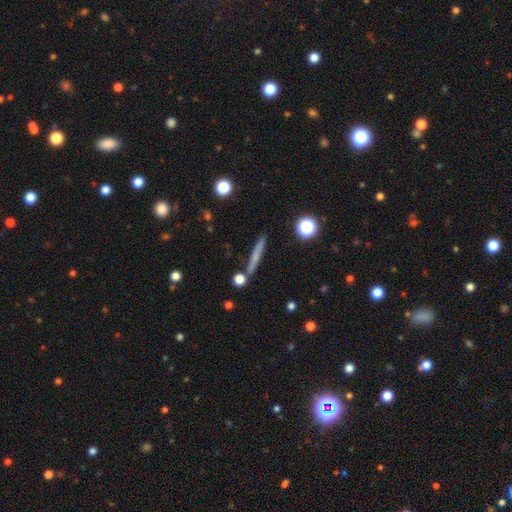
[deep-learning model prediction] smooth_or_featured: smooth (p=0.58) [alt: featured or disk p=0.33]
how_rounded: cigar-shaped (p=0.92) [alt: in between p=0.04]
merging: none (p=0.85) [alt: minor disturbance p=0.08]